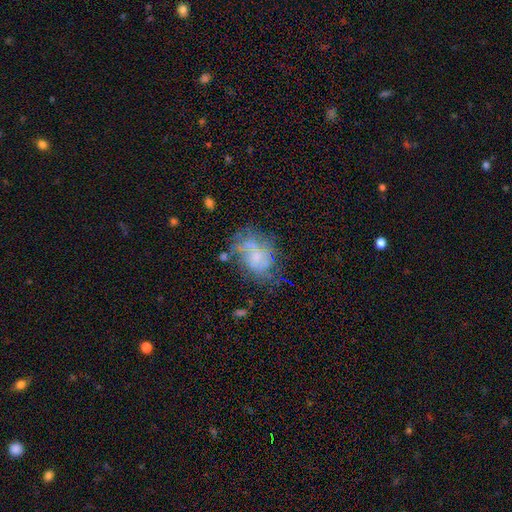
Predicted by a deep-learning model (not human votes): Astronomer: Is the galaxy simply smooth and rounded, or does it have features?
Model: featured or disk — 52% (runner-up: smooth, 35%).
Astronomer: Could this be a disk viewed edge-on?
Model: no — 97%.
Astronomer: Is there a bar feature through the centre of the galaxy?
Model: no — 75%.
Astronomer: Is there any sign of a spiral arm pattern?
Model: yes — 55% (runner-up: no, 45%).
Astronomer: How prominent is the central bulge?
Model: small — 39% (runner-up: none, 32%).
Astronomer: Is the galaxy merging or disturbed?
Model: none — 44% (runner-up: minor disturbance, 25%).